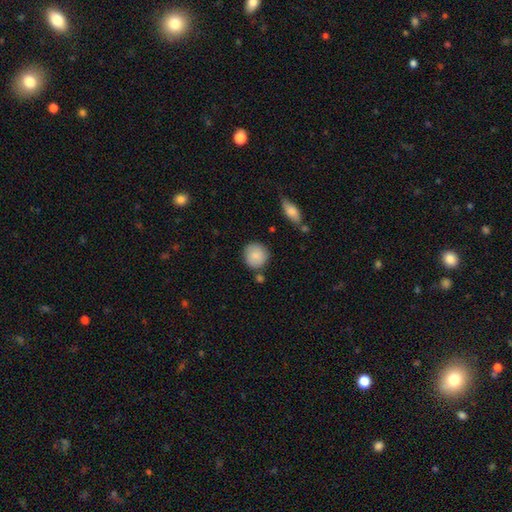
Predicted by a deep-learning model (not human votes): Overall: smooth (86%). How rounded: round (90%). Merging: none (79%).